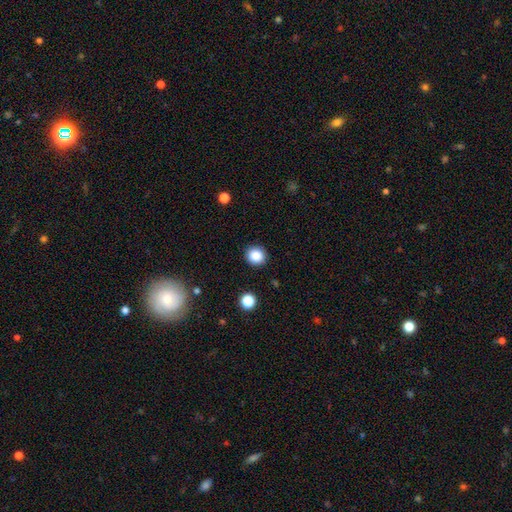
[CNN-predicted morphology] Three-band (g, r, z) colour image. It shows a smooth galaxy with no disk features (87%) that is round (87%). Merging: none (90%).